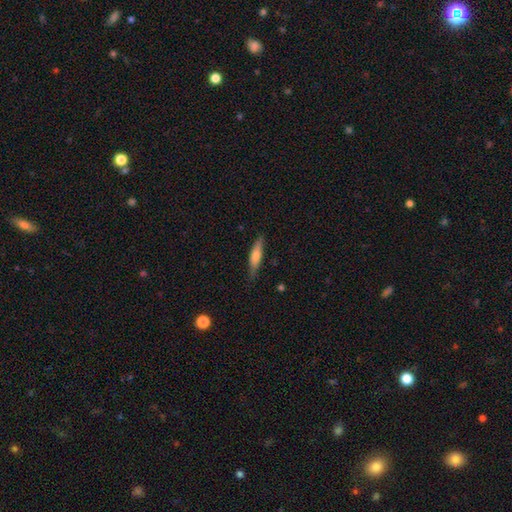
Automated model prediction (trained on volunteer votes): This appears to be a smooth galaxy with no disk features (59%) that is cigar-shaped (77%). Merging: none (80%).